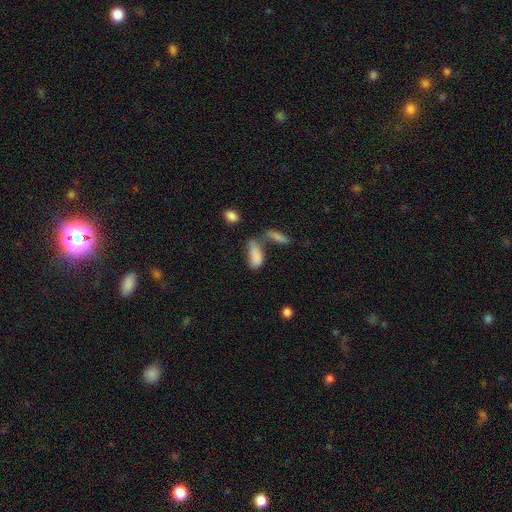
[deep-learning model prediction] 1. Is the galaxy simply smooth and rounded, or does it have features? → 82% smooth, 9% featured or disk, 9% star or artifact.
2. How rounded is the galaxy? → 80% in between, 17% cigar-shaped, 3% round.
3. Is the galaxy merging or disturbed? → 38% merger, 31% none, 17% minor disturbance, 14% major disturbance.